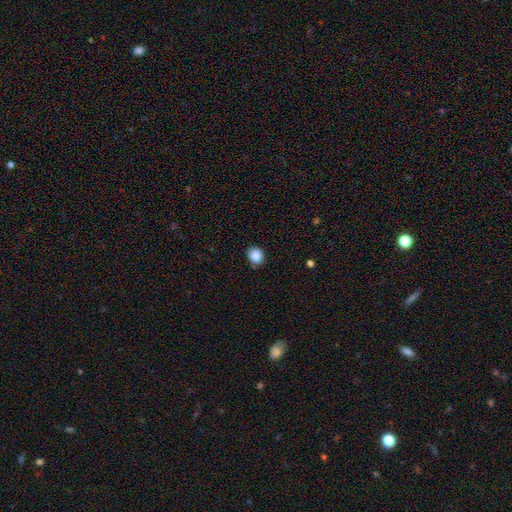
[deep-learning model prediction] A smooth galaxy with no disk features (85%) that is round (76%). Merging: none (84%).